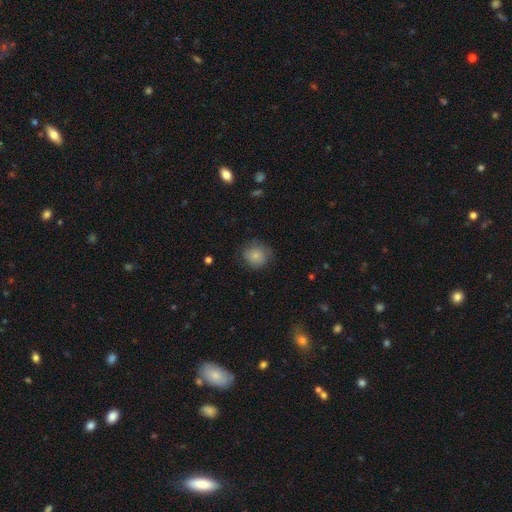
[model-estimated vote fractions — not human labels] A smooth galaxy with no disk features (82%) that is round (85%).

Vote fractions:
- Smooth or featured? smooth: 82% / featured or disk: 9% / star or artifact: 8%
- How rounded? round: 85% / in between: 14% / cigar-shaped: 1%
- Merging? none: 74% / minor disturbance: 19% / major disturbance: 5% / merger: 1%